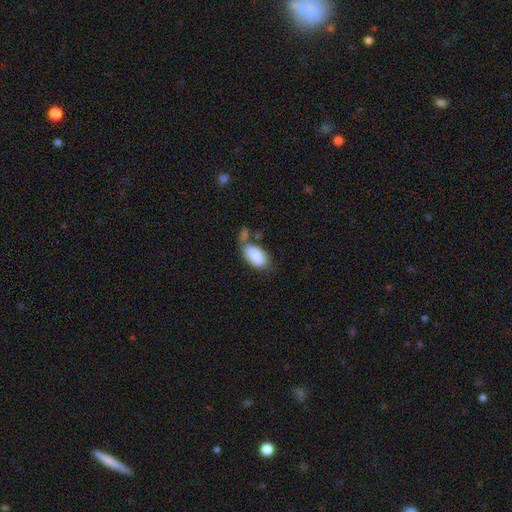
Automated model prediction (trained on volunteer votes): A smooth galaxy with no disk features (86%) that is in between round and cigar-shaped (95%).

Vote fractions:
- Smooth or featured? smooth: 86% / featured or disk: 8% / star or artifact: 7%
- How rounded? in between: 95% / round: 3% / cigar-shaped: 2%
- Merging? none: 39% / merger: 25% / minor disturbance: 23% / major disturbance: 12%